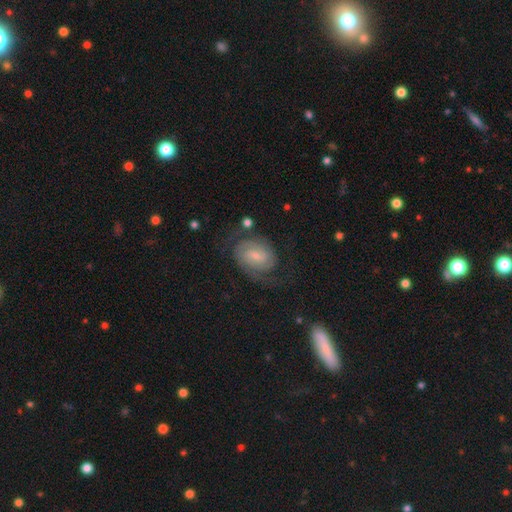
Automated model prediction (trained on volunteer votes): This is likely a featured or disk galaxy (78%). It is clearly not viewed edge-on (97%). Bar: possibly weak (51%). Spiral arm pattern: clearly yes (95%). Spiral arm count: clearly 2 (82%). Spiral winding: marginally tight (44%). Central bulge: likely small (66%). Merging: likely none (68%).